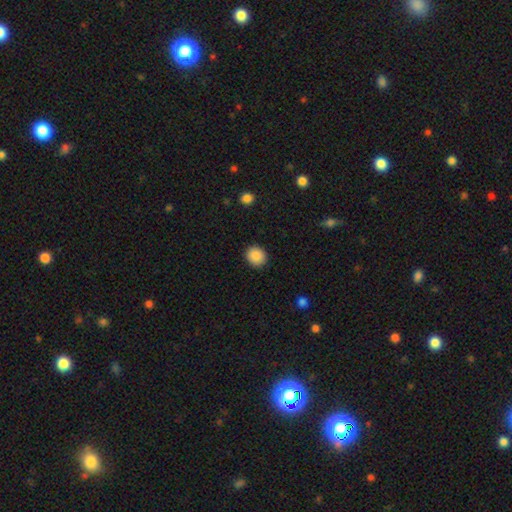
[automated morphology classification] This is clearly a smooth galaxy (87%). How rounded: clearly round (82%). Merging: clearly none (90%).